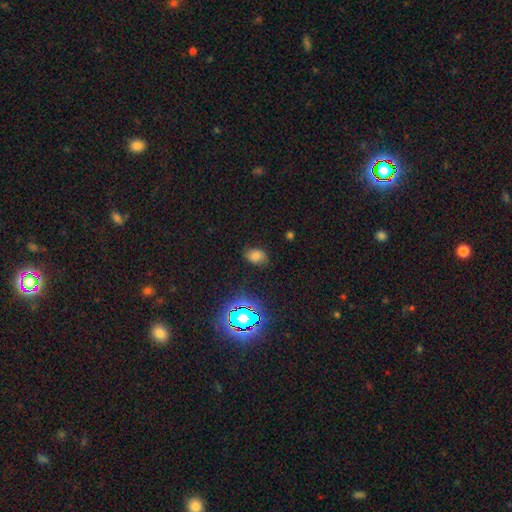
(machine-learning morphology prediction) type=smooth (70%); roundness=in between (75%); merging=none (77%).